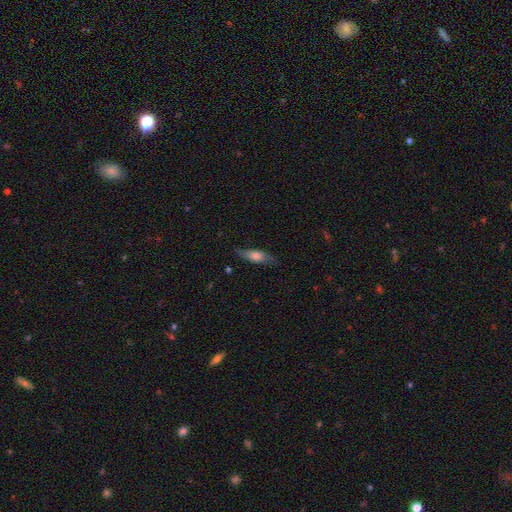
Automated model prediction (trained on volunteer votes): Smooth or featured? smooth (59%)
How rounded? in between (55%)
Merging? none (73%)